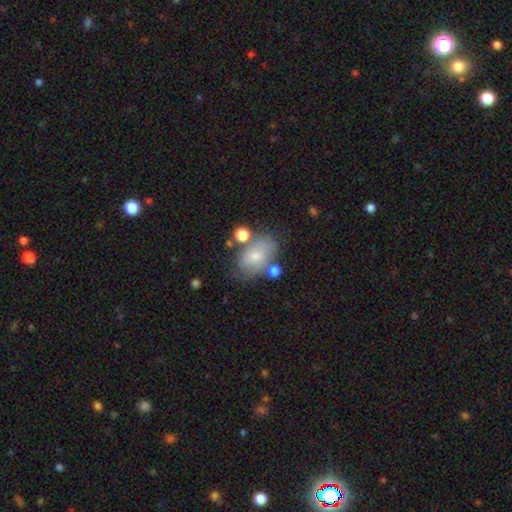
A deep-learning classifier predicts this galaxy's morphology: The model was most divided on "smooth or featured": smooth: 61%, featured or disk: 30%, star or artifact: 10%. More confident: how rounded — in between (80%); merging — none (55%).